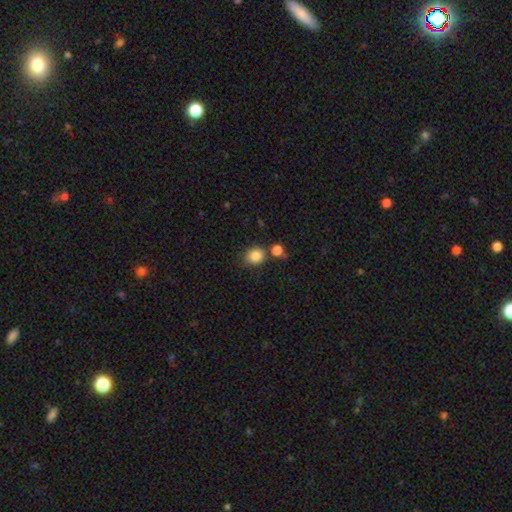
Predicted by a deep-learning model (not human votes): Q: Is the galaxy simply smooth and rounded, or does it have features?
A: smooth — 85%.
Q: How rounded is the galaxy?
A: round — 68%.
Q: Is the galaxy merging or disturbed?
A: none — 66%.